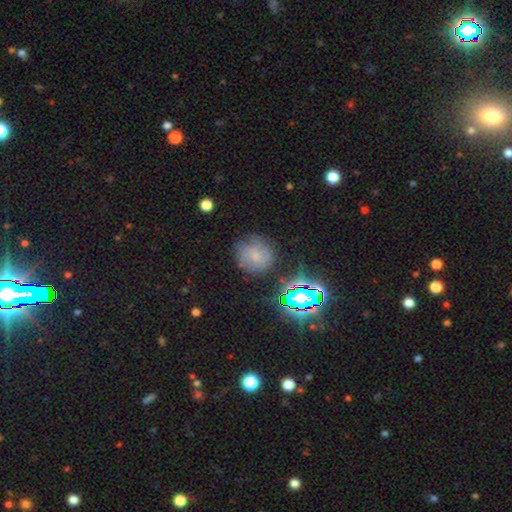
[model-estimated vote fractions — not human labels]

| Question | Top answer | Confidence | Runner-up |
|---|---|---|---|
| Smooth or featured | smooth | 52% | featured or disk (26%) |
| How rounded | round | 86% | in between (12%) |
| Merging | none | 65% | minor disturbance (22%) |